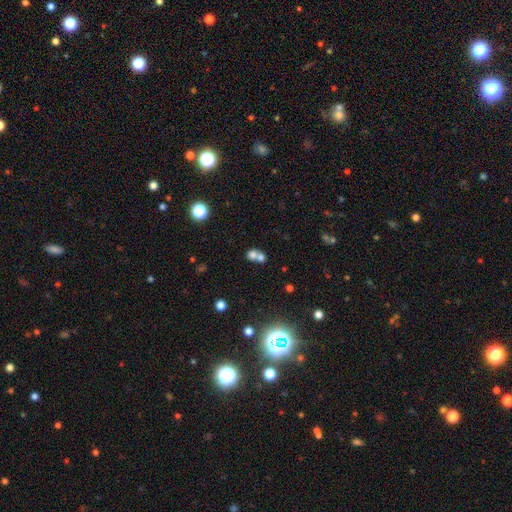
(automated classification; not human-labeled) Smooth or featured: smooth — 68% (featured or disk — 17%)
How rounded: round — 64% (in between — 34%)
Merging: merger — 66% (none — 25%)